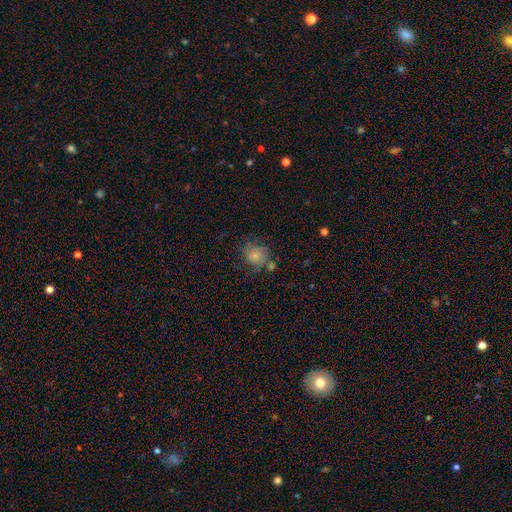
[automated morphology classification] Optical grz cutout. It shows a smooth galaxy with no disk features (72%) that is round (78%). Merging: none (59%).